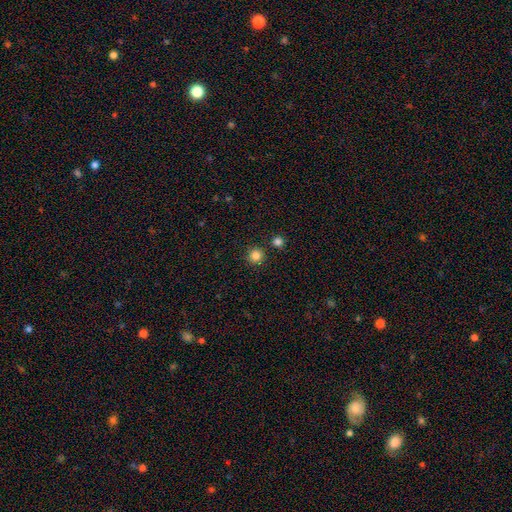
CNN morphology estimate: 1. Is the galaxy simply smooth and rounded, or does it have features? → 84% smooth, 12% star or artifact, 4% featured or disk.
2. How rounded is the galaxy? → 95% round, 4% in between, 1% cigar-shaped.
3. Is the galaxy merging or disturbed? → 88% none, 5% minor disturbance, 4% merger, 2% major disturbance.